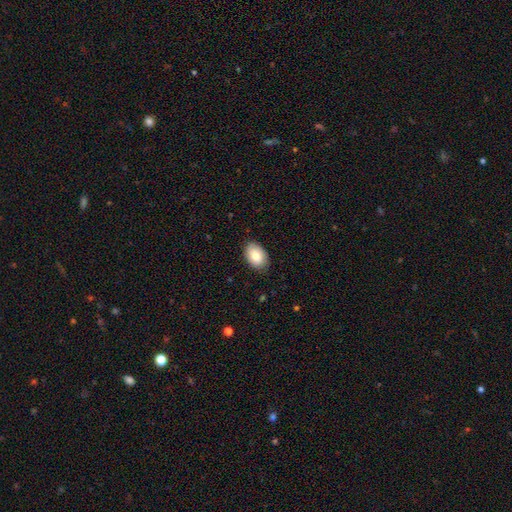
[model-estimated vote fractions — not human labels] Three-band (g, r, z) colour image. It shows a smooth galaxy with no disk features (81%) that is in between round and cigar-shaped (85%). Merging: none (85%).